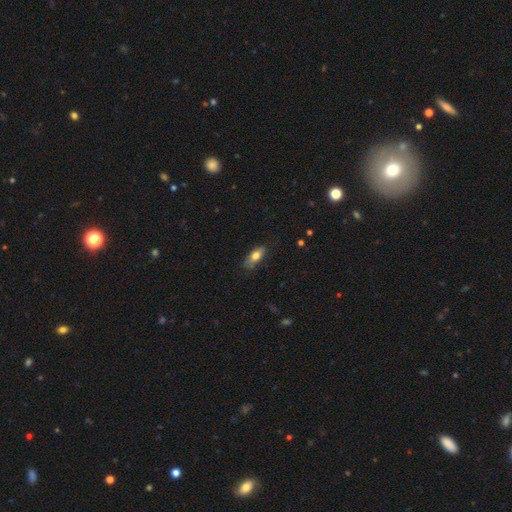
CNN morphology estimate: smooth_or_featured: smooth (p=0.74) [alt: featured or disk p=0.19]
how_rounded: in between (p=0.76) [alt: cigar-shaped p=0.21]
merging: none (p=0.73) [alt: minor disturbance p=0.22]